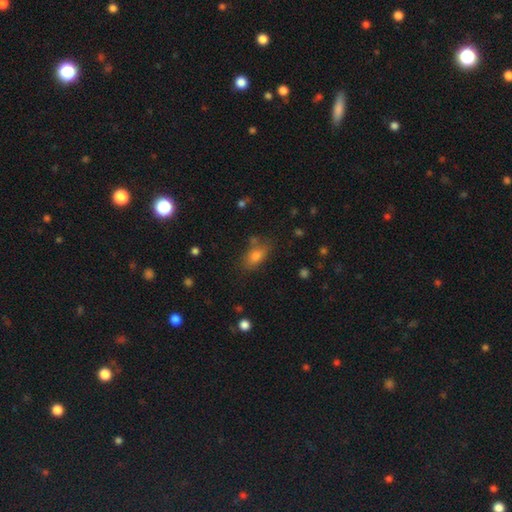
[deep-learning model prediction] smooth 74%, featured or disk 13%, star or artifact 13%. Down the decision tree: how rounded — in between (80%); merging — none (73%).